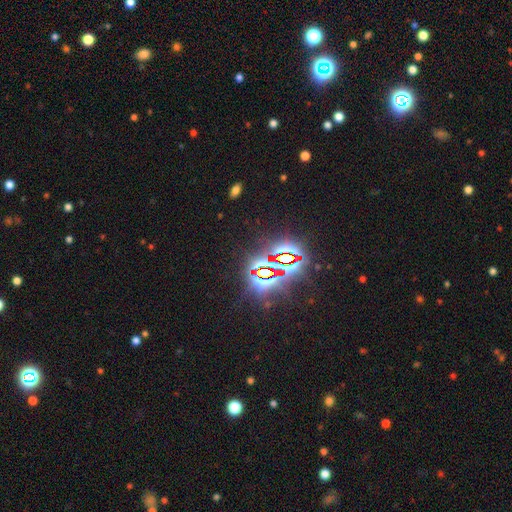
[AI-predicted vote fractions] Smooth or featured? star or artifact (83%)